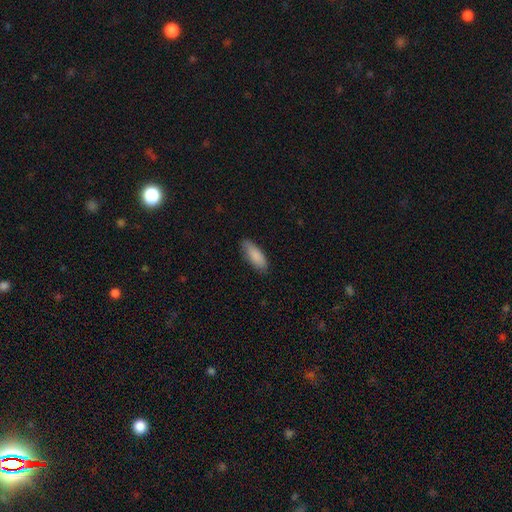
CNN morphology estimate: This appears to be a smooth galaxy with no disk features (88%) that is in between round and cigar-shaped (69%). Merging: none (83%).